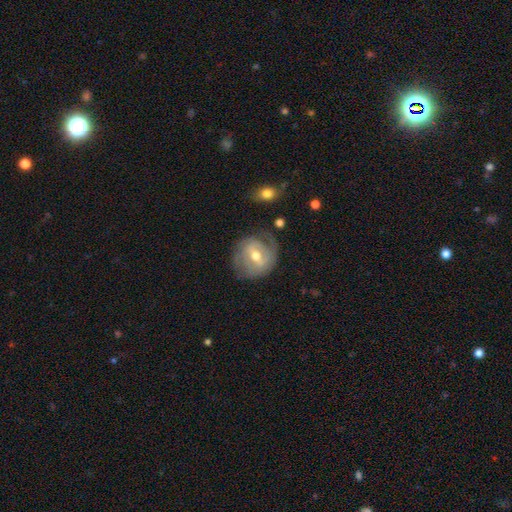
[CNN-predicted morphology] Smooth or featured? featured or disk (71%)
Edge-on disk? no (96%)
Bar? weak (53%)
Spiral arms? yes (79%)
Spiral winding? tight (50%)
Spiral arm count? 2 (55%)
Bulge size? moderate (73%)
Merging? none (63%)